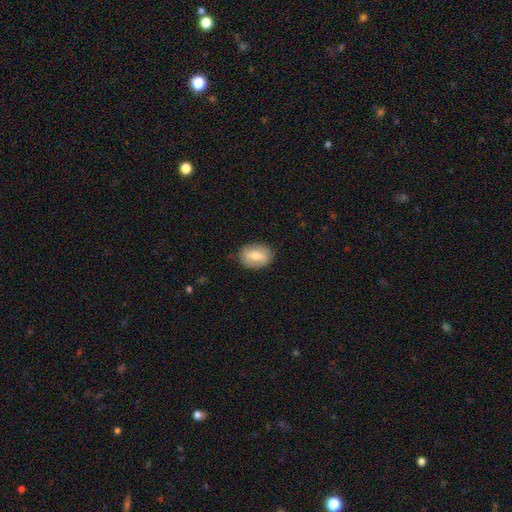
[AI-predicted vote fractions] Overall: smooth (63%; featured or disk 30%). How rounded: in between (67%; round 32%). Merging: none (82%).